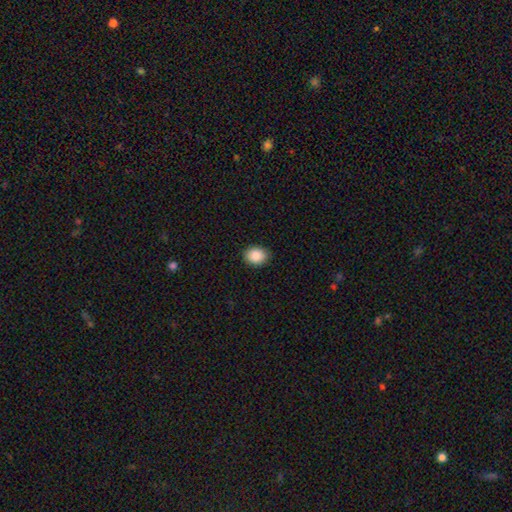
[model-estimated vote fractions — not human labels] smooth_or_featured: smooth (p=0.87) [alt: star or artifact p=0.08]
how_rounded: in between (p=0.50) [alt: round p=0.49]
merging: none (p=0.89) [alt: minor disturbance p=0.08]